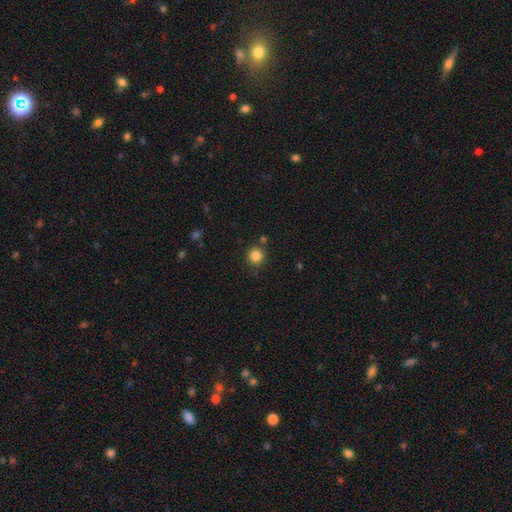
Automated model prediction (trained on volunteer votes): This is clearly a smooth galaxy (85%). How rounded: clearly round (94%). Merging: clearly none (84%).